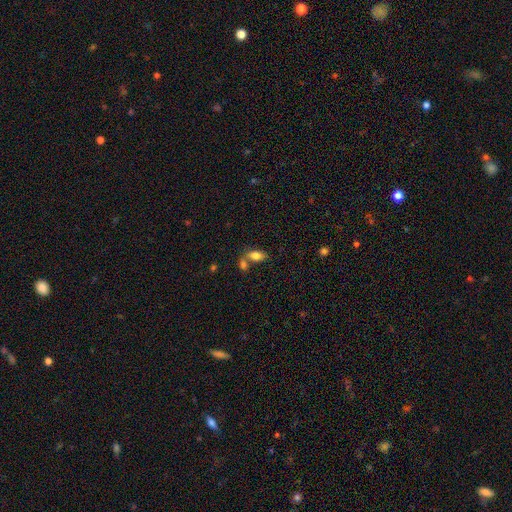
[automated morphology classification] Smooth or featured: smooth — 81% (featured or disk — 11%)
How rounded: in between — 88% (cigar-shaped — 6%)
Merging: none — 47% (merger — 38%)